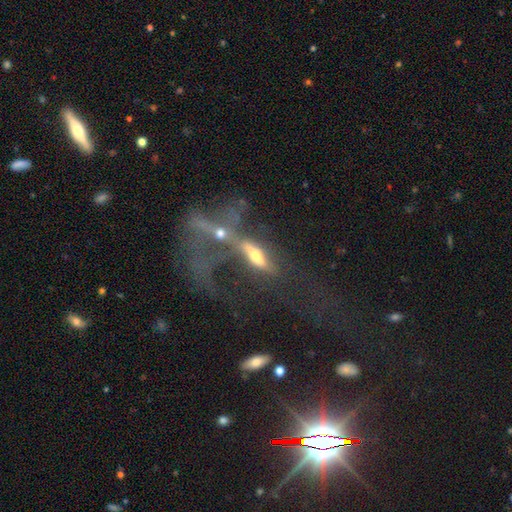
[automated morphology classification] This is possibly a featured or disk galaxy (53%). It is likely viewed edge-on (62%). Merging: marginally merger (40%).